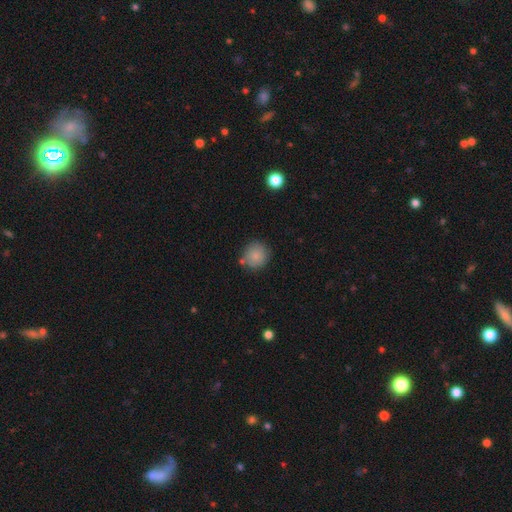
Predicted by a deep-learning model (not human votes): Smooth or featured: smooth — 84% (star or artifact — 9%)
How rounded: round — 91% (in between — 8%)
Merging: none — 77% (minor disturbance — 13%)